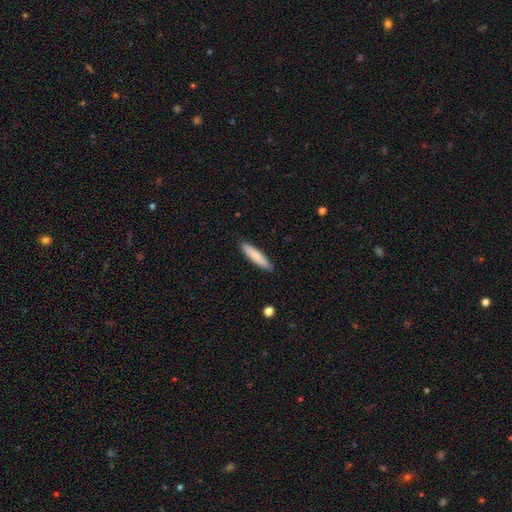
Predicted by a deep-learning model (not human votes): This appears to be a smooth galaxy with no disk features (80%) that is cigar-shaped (85%). Merging: none (89%).